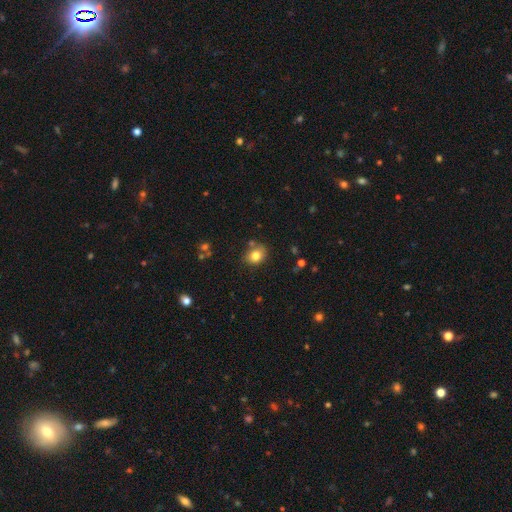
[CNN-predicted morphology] A smooth galaxy with no disk features (79%) that is round (63%). Merging: none (76%).